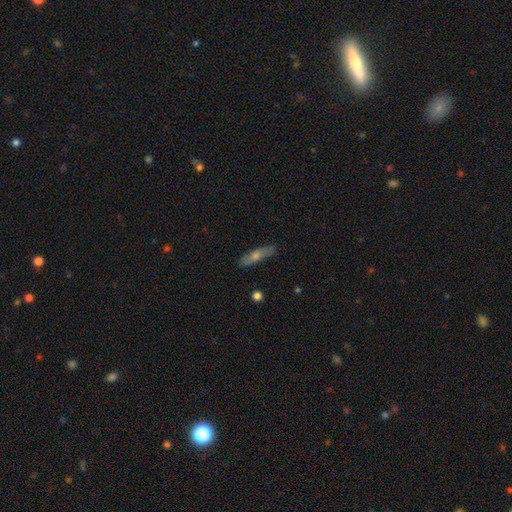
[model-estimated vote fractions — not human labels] smooth-or-featured: smooth: 48% | featured or disk: 44% | star or artifact: 8%
  merging: none: 86% | minor disturbance: 11% | major disturbance: 2% | merger: 1%